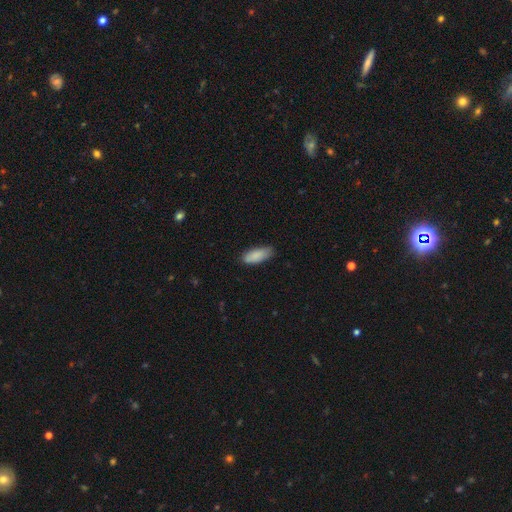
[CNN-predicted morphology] Smooth or featured?
  - smooth: 88% *
  - star or artifact: 6%
  - featured or disk: 6%
How rounded?
  - in between: 79% *
  - cigar-shaped: 19%
  - round: 2%
Merging?
  - none: 75% *
  - minor disturbance: 21%
  - major disturbance: 3%
  - merger: 1%